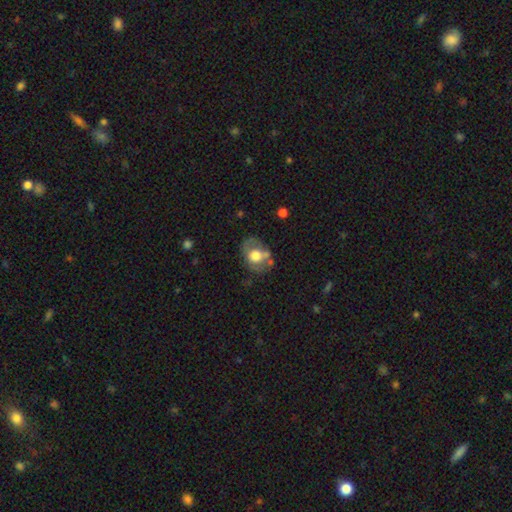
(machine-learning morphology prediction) smooth-or-featured: smooth: 53% | featured or disk: 40% | star or artifact: 7%
  how-rounded: in between: 54% | round: 45% | cigar-shaped: 1%
  merging: none: 55% | minor disturbance: 25% | major disturbance: 12% | merger: 8%